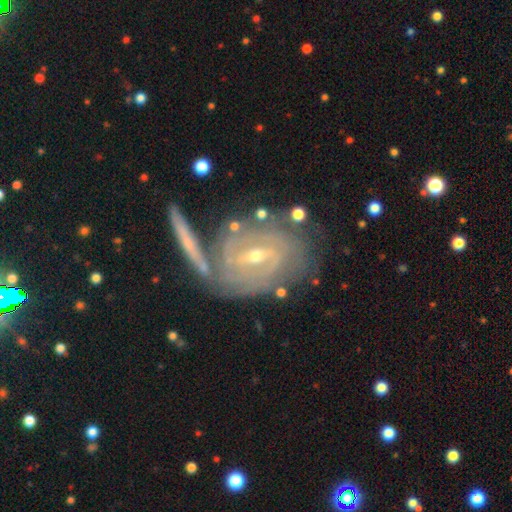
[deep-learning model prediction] A featured or disk galaxy (86%) with a weak bar (50%), tight (75%) spiral arms (94%) and a small central bulge (57%). Merging: none (61%).